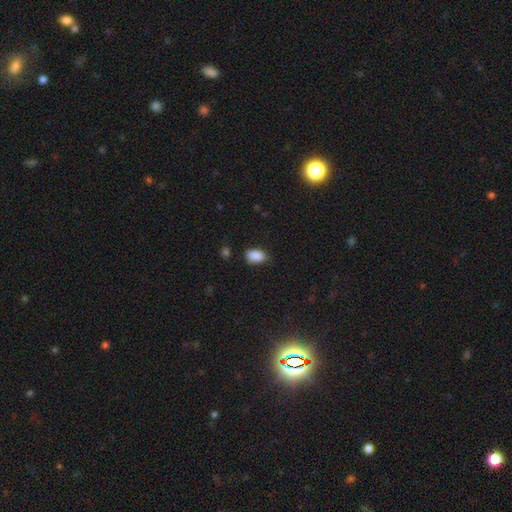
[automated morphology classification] smooth_or_featured: smooth (p=0.88) [alt: star or artifact p=0.08]
how_rounded: in between (p=0.90) [alt: round p=0.08]
merging: none (p=0.75) [alt: minor disturbance p=0.20]